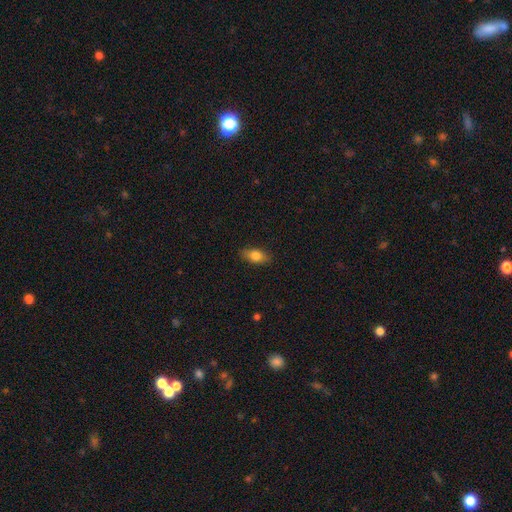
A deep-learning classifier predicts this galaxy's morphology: This is likely a smooth galaxy (77%). How rounded: clearly in between (83%). Merging: clearly none (87%).